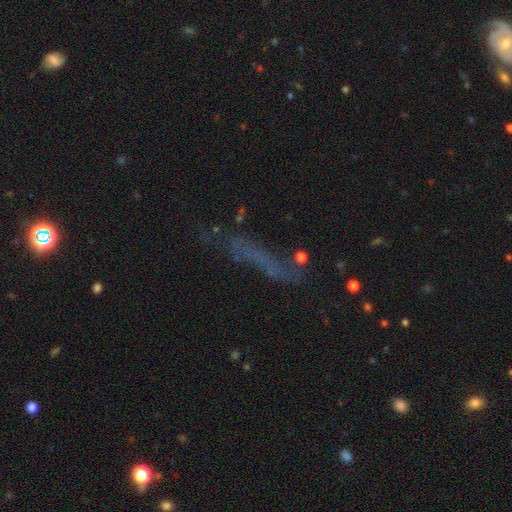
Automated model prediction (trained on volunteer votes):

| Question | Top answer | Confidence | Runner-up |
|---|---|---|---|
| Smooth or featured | smooth | 45% | featured or disk (31%) |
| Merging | none | 52% | minor disturbance (21%) |